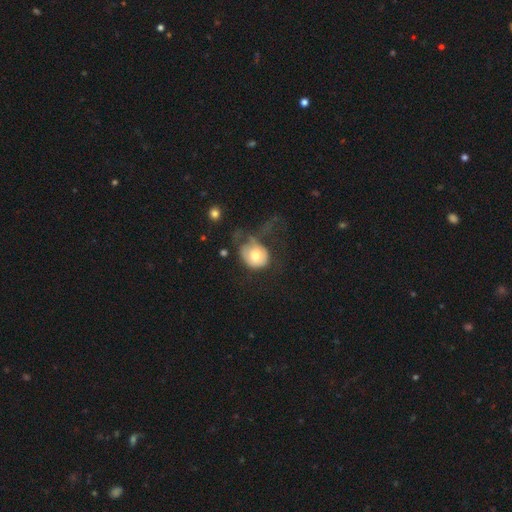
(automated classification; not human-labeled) smooth_or_featured: smooth (p=0.66) [alt: featured or disk p=0.27]
how_rounded: round (p=0.66) [alt: in between p=0.33]
merging: major disturbance (p=0.50) [alt: none p=0.22]